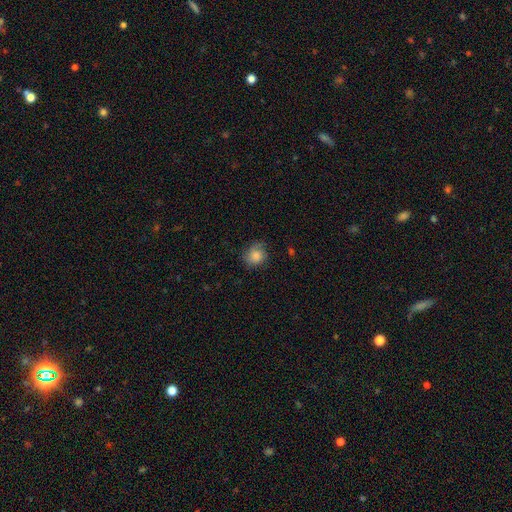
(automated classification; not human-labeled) Smooth or featured? Predicted: smooth (p=0.77). How rounded? Predicted: round (p=0.79). Merging? Predicted: none (p=0.67).